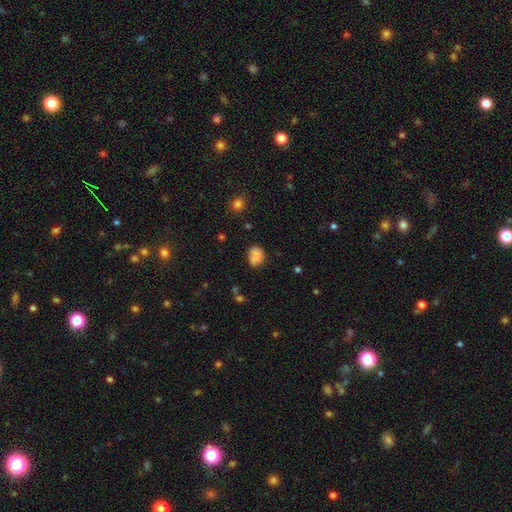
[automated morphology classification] Smooth or featured? smooth (80%)
How rounded? in between (50%)
Merging? none (59%)